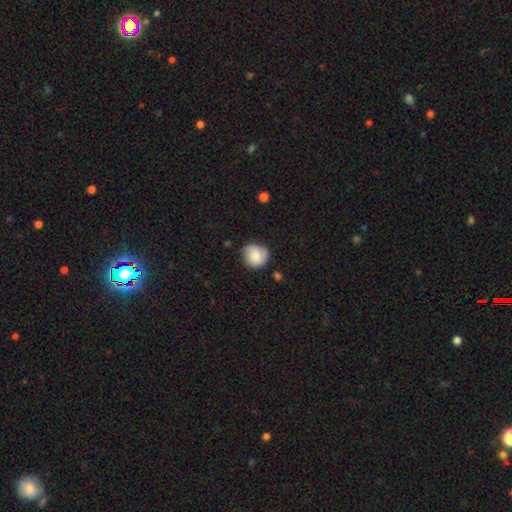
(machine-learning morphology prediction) smooth_or_featured: smooth (p=0.76) [alt: featured or disk p=0.16]
how_rounded: round (p=0.86) [alt: in between p=0.13]
merging: none (p=0.71) [alt: minor disturbance p=0.22]